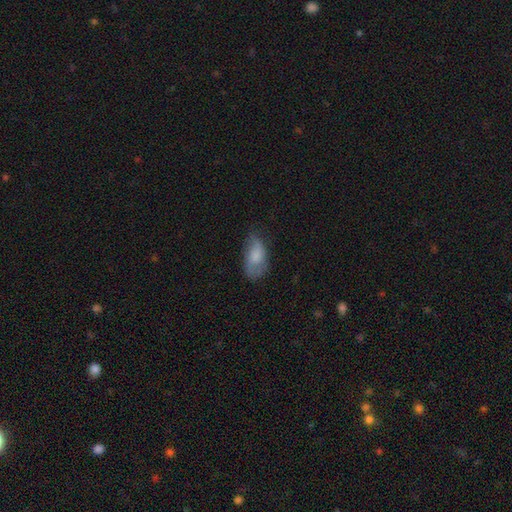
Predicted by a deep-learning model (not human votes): This is likely a smooth galaxy (65%). How rounded: clearly in between (91%). Merging: possibly none (56%).